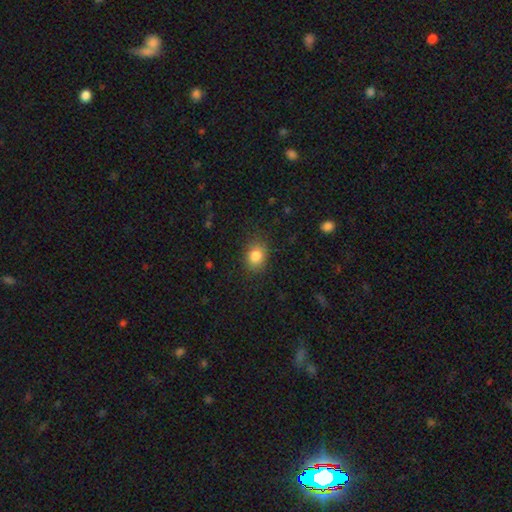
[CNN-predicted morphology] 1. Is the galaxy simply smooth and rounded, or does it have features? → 84% smooth, 10% star or artifact, 6% featured or disk.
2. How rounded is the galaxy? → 50% round, 49% in between, 1% cigar-shaped.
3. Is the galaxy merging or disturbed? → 82% none, 13% minor disturbance, 4% major disturbance, 1% merger.